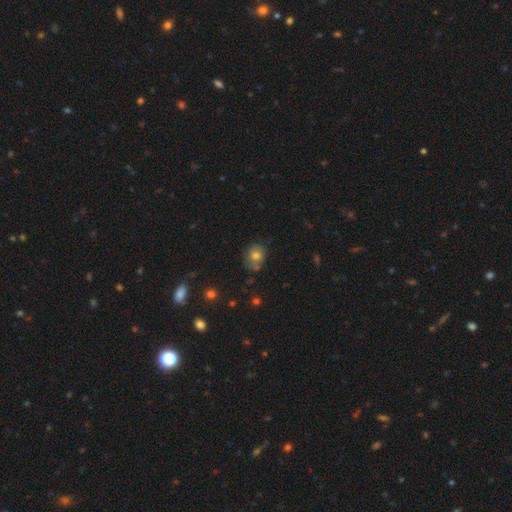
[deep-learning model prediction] A smooth galaxy with no disk features (74%) that is round (58%). Merging: none (67%).